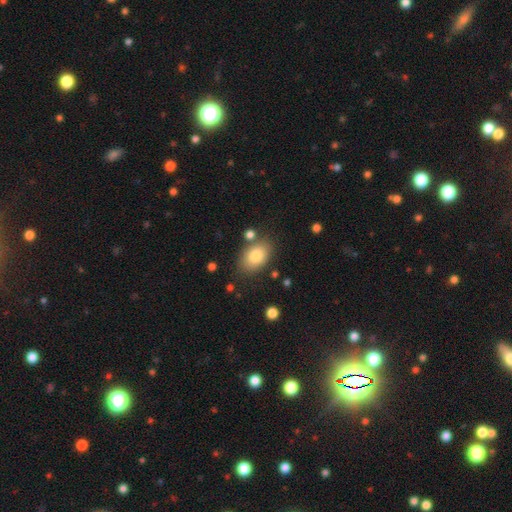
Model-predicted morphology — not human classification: A smooth galaxy with no disk features (83%) that is in between round and cigar-shaped (87%). Merging: none (77%).